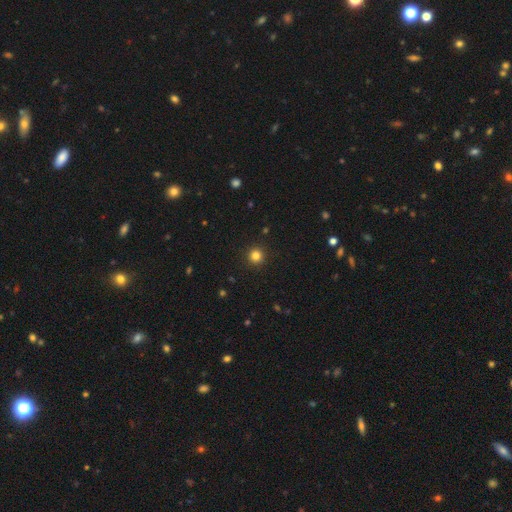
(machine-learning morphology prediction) Smooth or featured?
  - smooth: 82% *
  - star or artifact: 13%
  - featured or disk: 4%
How rounded?
  - round: 95% *
  - in between: 4%
  - cigar-shaped: 1%
Merging?
  - none: 93% *
  - minor disturbance: 5%
  - major disturbance: 2%
  - merger: 1%